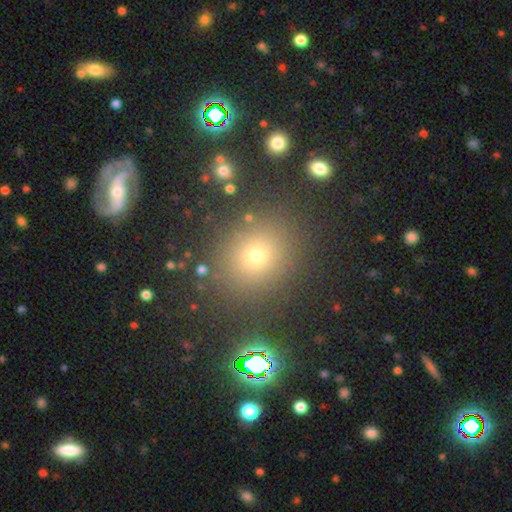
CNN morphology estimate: This is likely a smooth galaxy (70%). How rounded: likely round (74%). Merging: clearly none (84%).